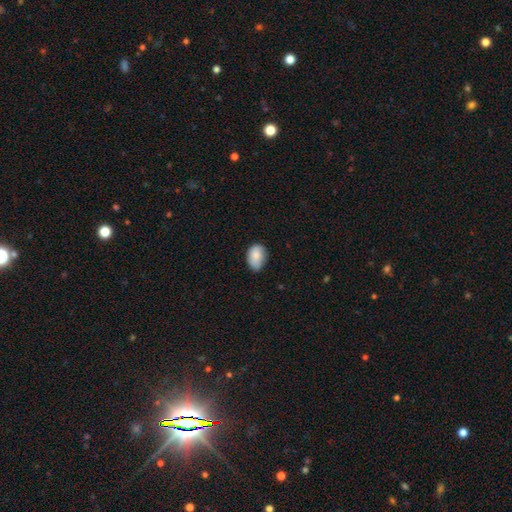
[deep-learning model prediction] Smooth or featured? Predicted: smooth (p=0.84). How rounded? Predicted: in between (p=0.80). Merging? Predicted: none (p=0.65).